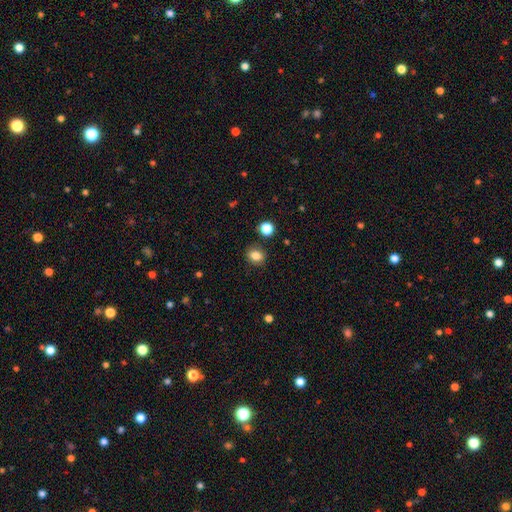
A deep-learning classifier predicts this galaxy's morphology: A smooth galaxy with no disk features (83%) that is round (55%). Merging: none (86%).